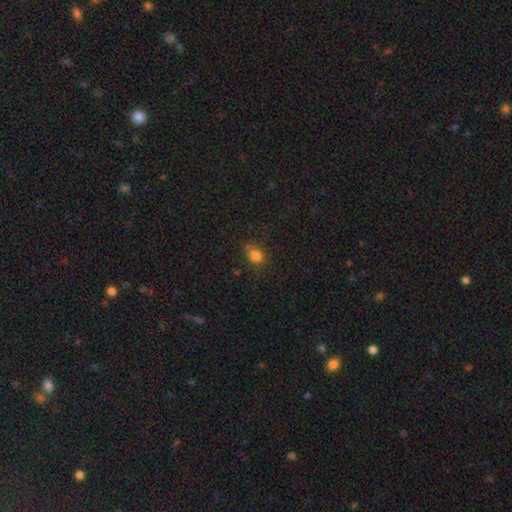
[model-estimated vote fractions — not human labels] A smooth galaxy with no disk features (81%) that is round (58%).

Vote fractions:
- Smooth or featured? smooth: 81% / star or artifact: 13% / featured or disk: 6%
- How rounded? round: 58% / in between: 41% / cigar-shaped: 1%
- Merging? none: 70% / minor disturbance: 22% / major disturbance: 6% / merger: 2%